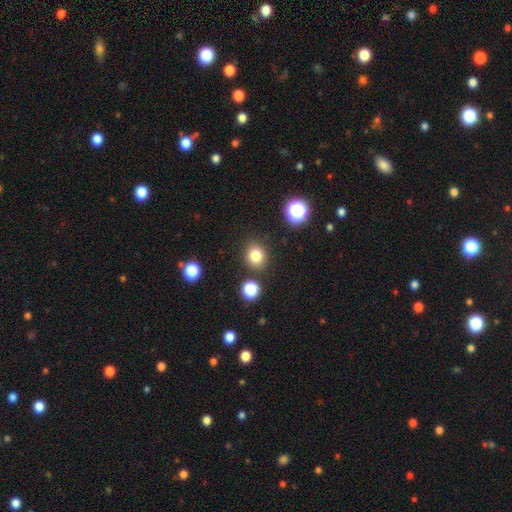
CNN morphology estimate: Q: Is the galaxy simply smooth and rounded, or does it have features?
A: smooth — 80%.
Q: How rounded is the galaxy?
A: round — 75%.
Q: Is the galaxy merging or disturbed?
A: none — 85%.